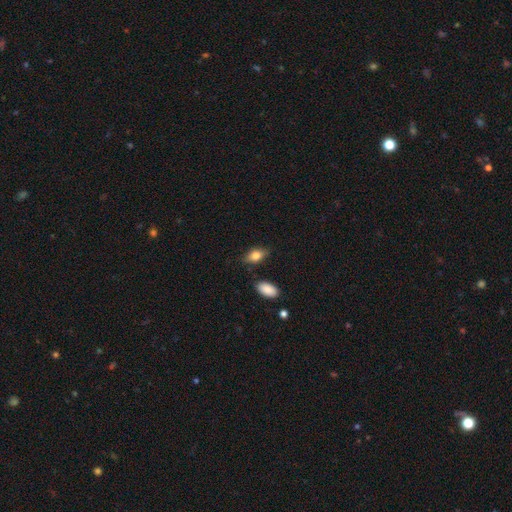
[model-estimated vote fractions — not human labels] This appears to be a smooth galaxy with no disk features (80%) that is in between round and cigar-shaped (87%). Merging: none (77%).